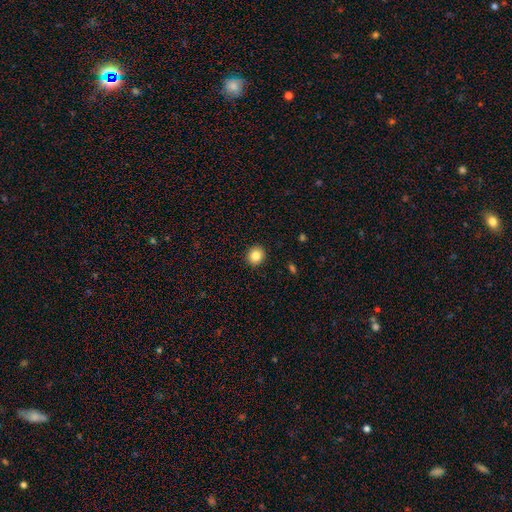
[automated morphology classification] Overall: smooth (84%). How rounded: round (86%). Merging: none (92%).